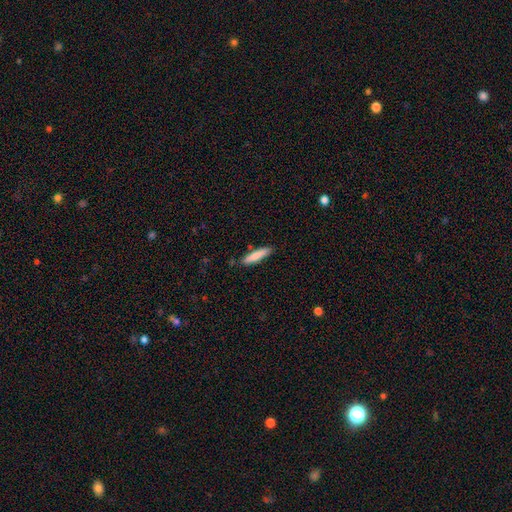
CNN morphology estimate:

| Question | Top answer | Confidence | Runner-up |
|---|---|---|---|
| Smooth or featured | smooth | 81% | featured or disk (14%) |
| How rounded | cigar-shaped | 82% | in between (16%) |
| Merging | none | 85% | minor disturbance (11%) |